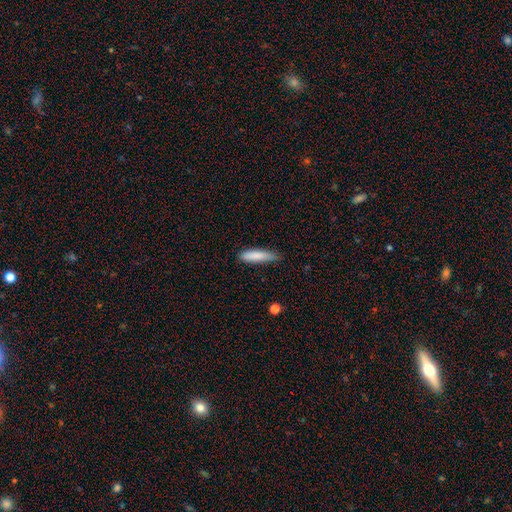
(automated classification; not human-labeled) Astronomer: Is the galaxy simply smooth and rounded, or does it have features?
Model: smooth — 84%.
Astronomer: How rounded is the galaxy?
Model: cigar-shaped — 78%.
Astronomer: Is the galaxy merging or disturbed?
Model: none — 69%.